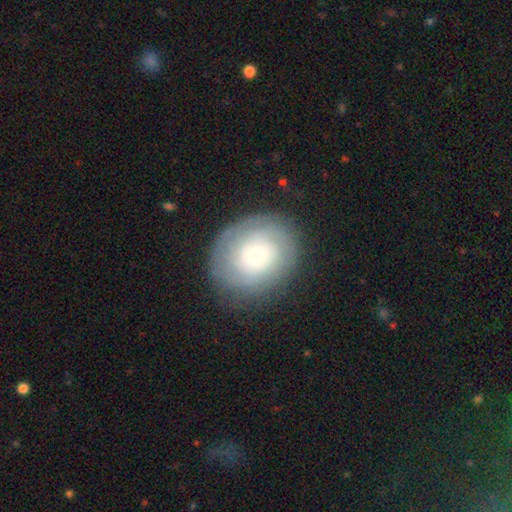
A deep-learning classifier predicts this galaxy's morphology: A featured or disk galaxy (60%) with no bar (74%), spiral arms (83%) and a small central bulge (61%). Merging: none (82%).